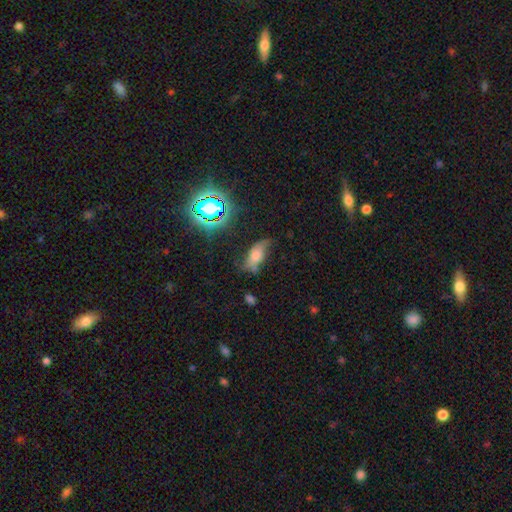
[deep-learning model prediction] Smooth or featured? Predicted: smooth (p=0.56). How rounded? Predicted: in between (p=0.81). Merging? Predicted: none (p=0.44).